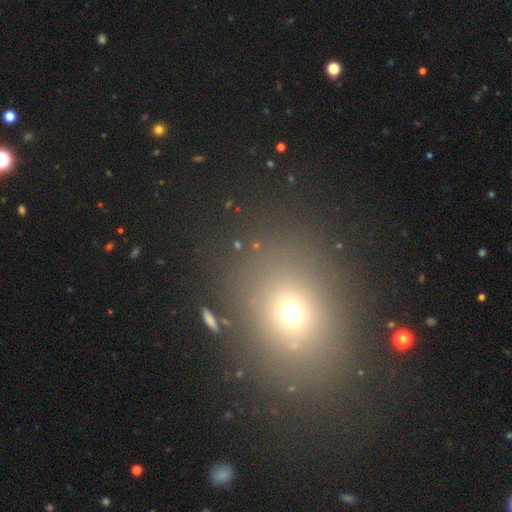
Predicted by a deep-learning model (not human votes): Smooth or featured? Predicted: smooth (p=0.62). How rounded? Predicted: round (p=0.53). Merging? Predicted: none (p=0.86).